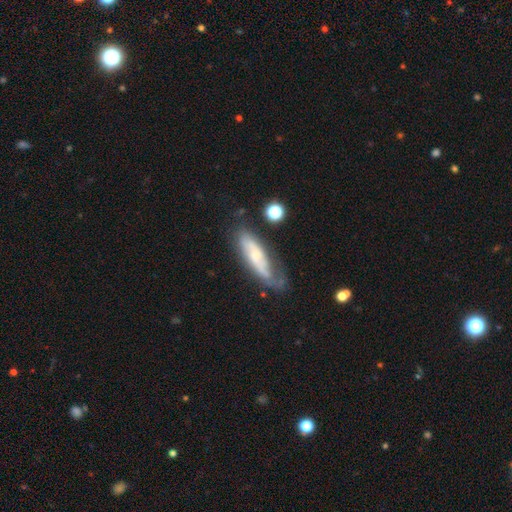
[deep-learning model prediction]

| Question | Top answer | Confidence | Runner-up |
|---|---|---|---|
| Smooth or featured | featured or disk | 59% | smooth (34%) |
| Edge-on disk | no | 72% | yes (28%) |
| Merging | none | 53% | minor disturbance (28%) |